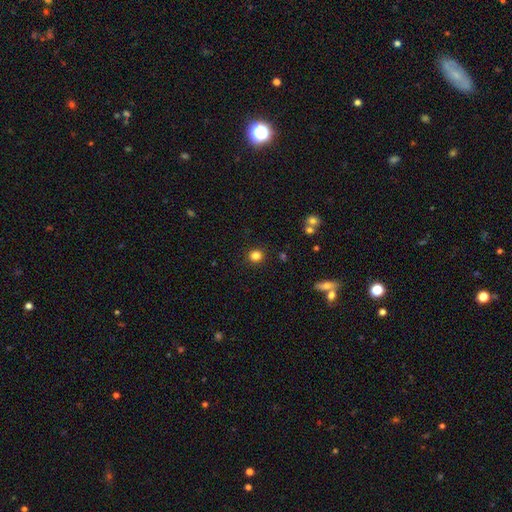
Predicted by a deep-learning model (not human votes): smooth 83%, star or artifact 12%, featured or disk 5%. Down the decision tree: how rounded — round (88%); merging — none (90%).